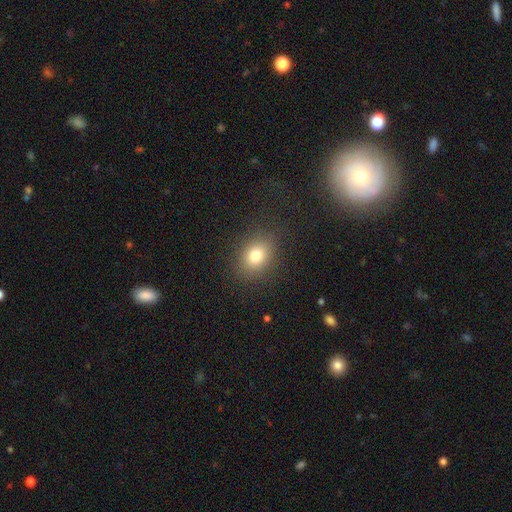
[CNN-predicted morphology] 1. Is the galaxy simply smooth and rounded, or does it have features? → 78% smooth, 13% star or artifact, 9% featured or disk.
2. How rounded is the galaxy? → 51% in between, 48% round, 1% cigar-shaped.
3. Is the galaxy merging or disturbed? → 86% none, 9% minor disturbance, 4% major disturbance, 1% merger.